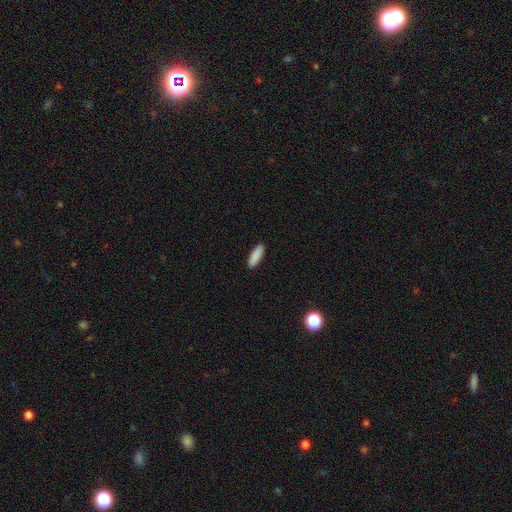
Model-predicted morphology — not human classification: This appears to be a smooth galaxy with no disk features (90%) that is in between round and cigar-shaped (52%). Merging: none (91%).